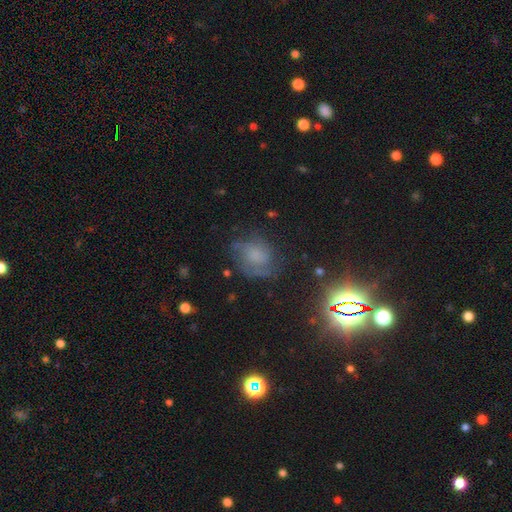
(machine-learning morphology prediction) smooth_or_featured: featured or disk (p=0.46) [alt: smooth p=0.32]
merging: none (p=0.58) [alt: minor disturbance p=0.23]